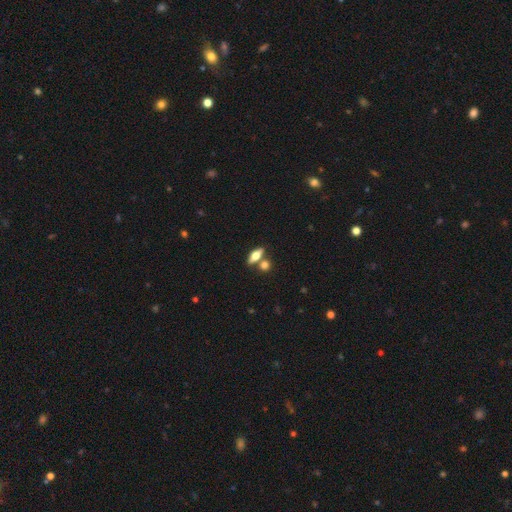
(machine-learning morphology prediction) Smooth or featured: smooth — 57% (featured or disk — 35%)
How rounded: in between — 67% (cigar-shaped — 26%)
Merging: none — 66% (merger — 21%)